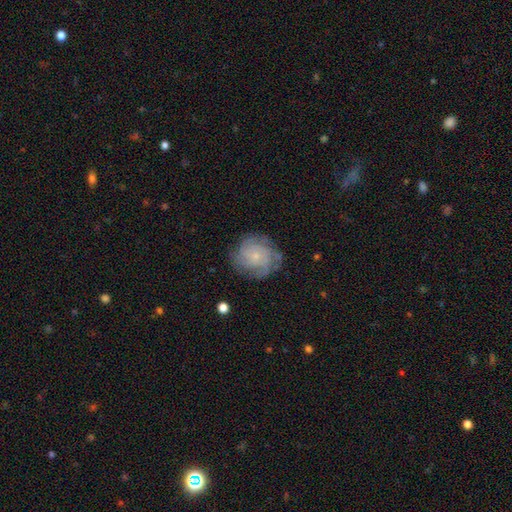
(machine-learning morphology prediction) smooth_or_featured: featured or disk (p=0.71) [alt: smooth p=0.20]
disk_edge_on: no (p=0.98) [alt: yes p=0.02]
bar: no (p=0.82) [alt: weak p=0.16]
has_spiral_arms: yes (p=0.92) [alt: no p=0.08]
spiral_winding: tight (p=0.61) [alt: medium p=0.30]
spiral_arm_count: can't tell (p=0.34) [alt: 4 p=0.23]
bulge_size: small (p=0.80) [alt: moderate p=0.13]
merging: none (p=0.75) [alt: minor disturbance p=0.17]